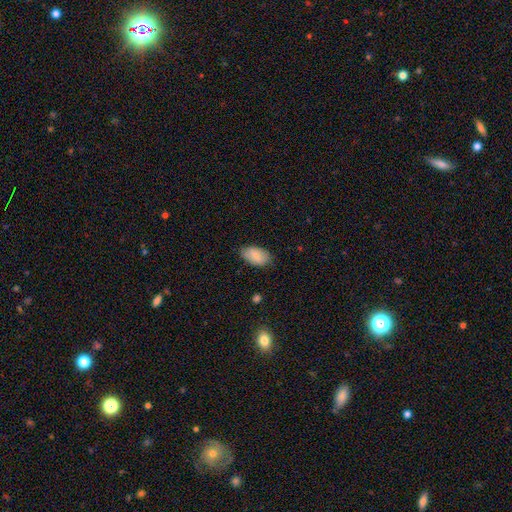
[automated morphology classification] The model was most divided on "merging": none: 79%, minor disturbance: 17%, major disturbance: 3%, merger: 1%. More confident: how rounded — in between (94%); smooth or featured — smooth (83%).